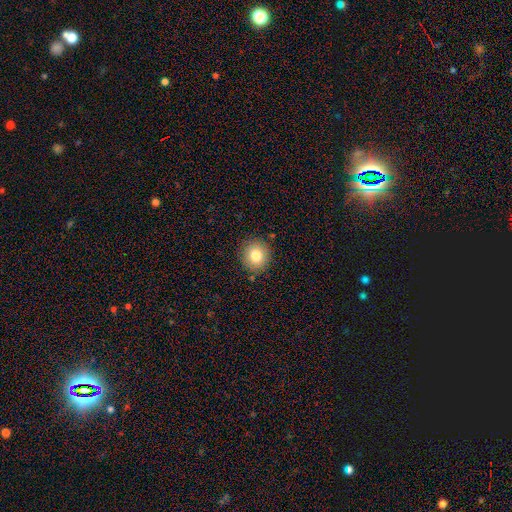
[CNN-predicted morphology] smooth-or-featured: smooth: 80% | star or artifact: 11% | featured or disk: 9%
  how-rounded: round: 89% | in between: 10% | cigar-shaped: 1%
  merging: none: 88% | minor disturbance: 8% | major disturbance: 2% | merger: 2%